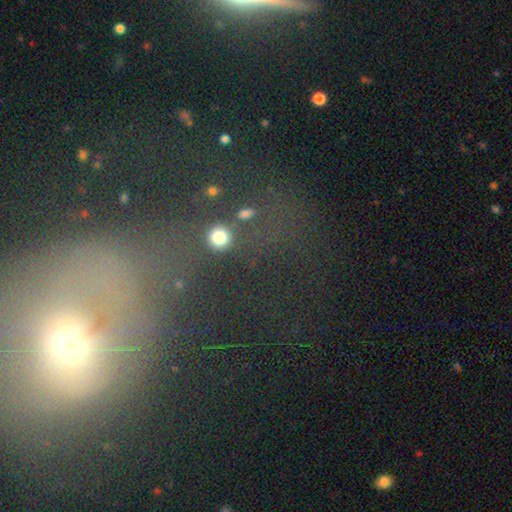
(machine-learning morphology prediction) Smooth or featured?
  - star or artifact: 41% *
  - smooth: 32%
  - featured or disk: 26%